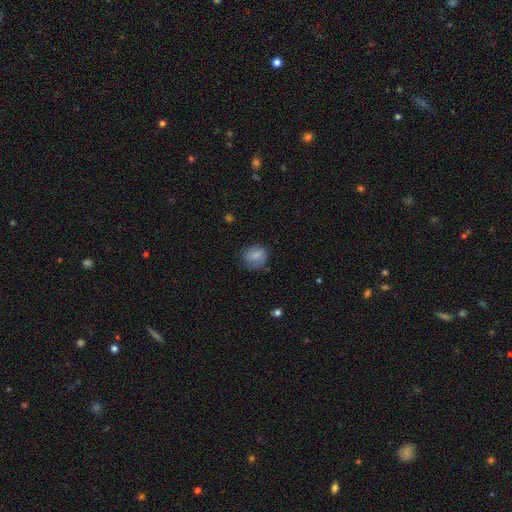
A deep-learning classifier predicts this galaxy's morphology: This is likely a smooth galaxy (77%). How rounded: likely round (67%). Merging: likely none (66%).